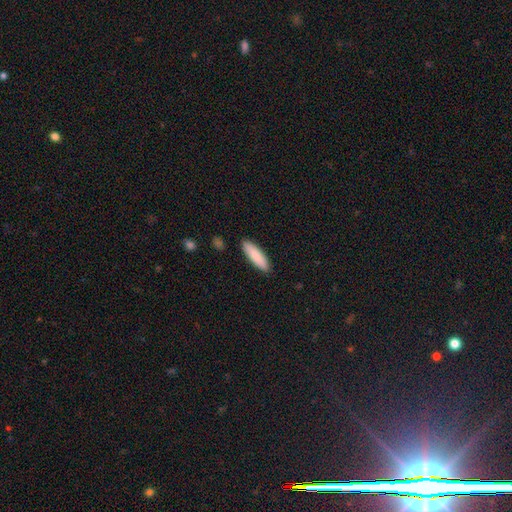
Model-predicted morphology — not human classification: Q: Smooth or featured?
A: smooth (87%); runner-up: featured or disk (8%)
Q: How rounded?
A: cigar-shaped (61%); runner-up: in between (38%)
Q: Merging?
A: none (89%); runner-up: minor disturbance (8%)